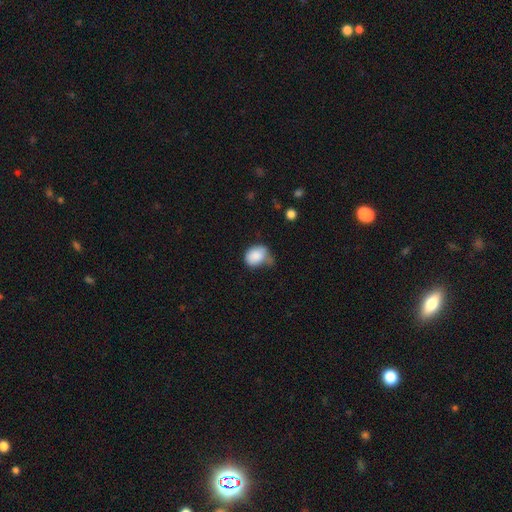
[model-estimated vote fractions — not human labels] smooth 85%, star or artifact 8%, featured or disk 7%. Down the decision tree: how rounded — in between (52%); merging — minor disturbance (39%).